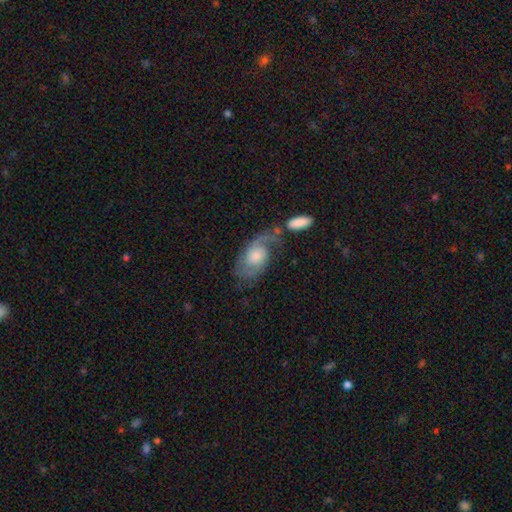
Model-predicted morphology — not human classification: A featured or disk galaxy (78%) with no bar (67%), 2 (76%) medium (47%) spiral arms (93%) and a moderate central bulge (46%). Merging: none (44%).